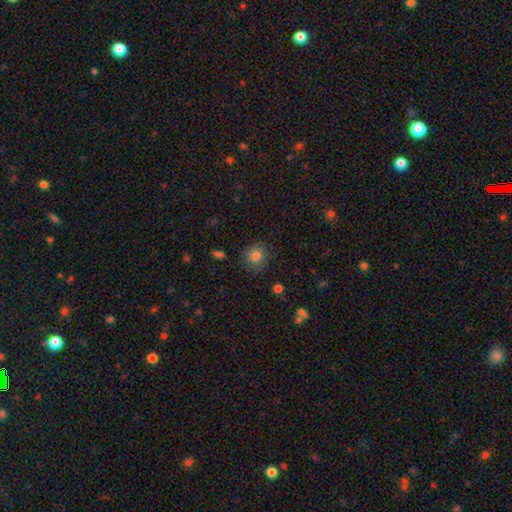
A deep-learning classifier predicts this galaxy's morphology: Smooth or featured? smooth (83%)
How rounded? round (83%)
Merging? none (83%)